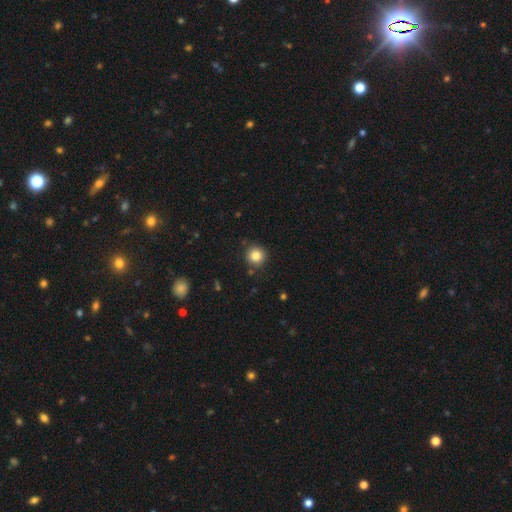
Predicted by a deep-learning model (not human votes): A smooth galaxy with no disk features (84%) that is round (94%).

Vote fractions:
- Smooth or featured? smooth: 84% / star or artifact: 11% / featured or disk: 5%
- How rounded? round: 94% / in between: 5% / cigar-shaped: 1%
- Merging? none: 88% / minor disturbance: 7% / merger: 2% / major disturbance: 2%